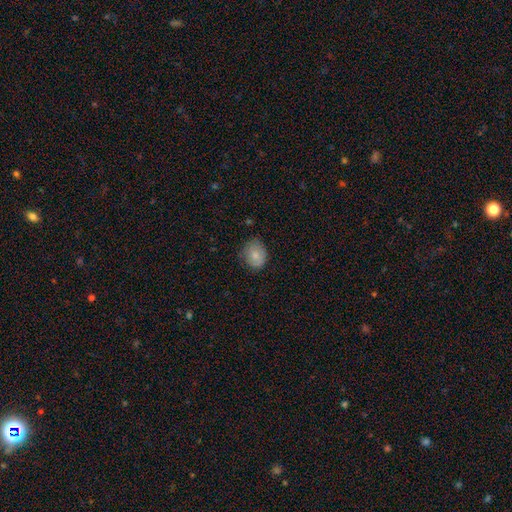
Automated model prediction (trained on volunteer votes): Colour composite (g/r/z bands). It shows a smooth galaxy with no disk features (77%) that is round (62%). Merging: none (70%).